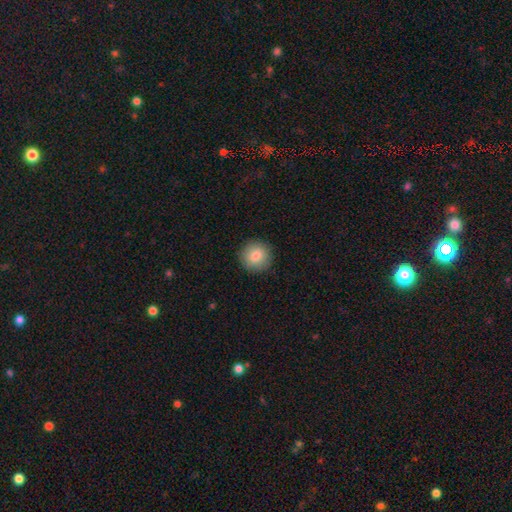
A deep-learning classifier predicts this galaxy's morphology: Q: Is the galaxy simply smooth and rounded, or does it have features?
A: smooth — 84%.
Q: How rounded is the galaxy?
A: round — 94%.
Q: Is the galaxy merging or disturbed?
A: none — 92%.